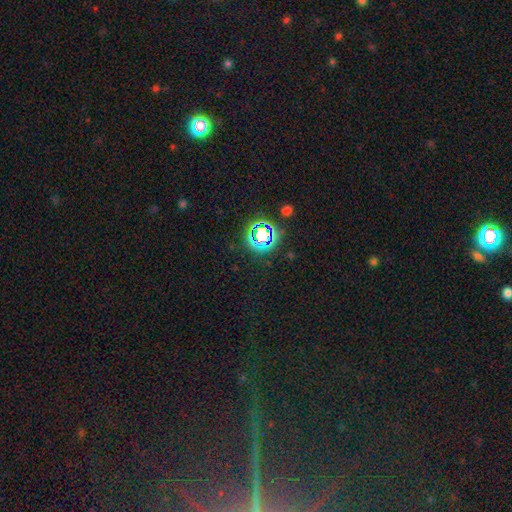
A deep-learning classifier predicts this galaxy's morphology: This is likely a star or artifact rather than a galaxy (77%).